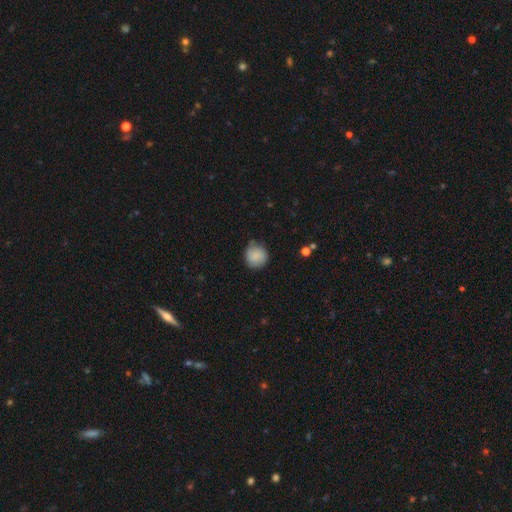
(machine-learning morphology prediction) smooth-or-featured: smooth: 76% | featured or disk: 16% | star or artifact: 8%
  how-rounded: round: 88% | in between: 11% | cigar-shaped: 1%
  merging: none: 67% | minor disturbance: 25% | major disturbance: 6% | merger: 2%